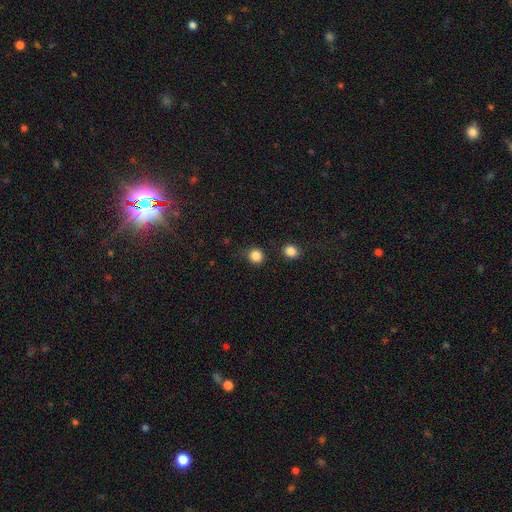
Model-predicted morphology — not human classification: Smooth or featured? Predicted: smooth (p=0.85). How rounded? Predicted: round (p=0.88). Merging? Predicted: none (p=0.83).